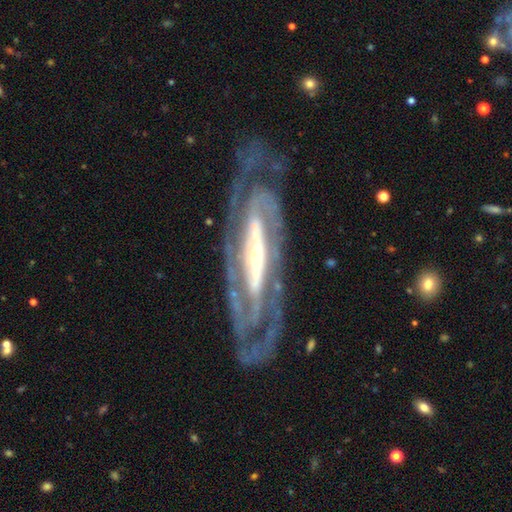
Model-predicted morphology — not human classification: The model was most divided on "bar": strong: 58%, no: 24%, weak: 19%. More confident: spiral arms — yes (95%); smooth or featured — featured or disk (90%); edge-on disk — no (87%); merging — none (74%); bulge size — small (67%); spiral winding — tight (64%); spiral arm count — 2 (55%).